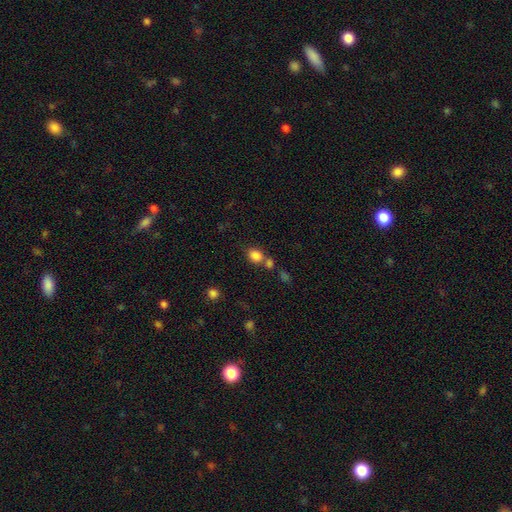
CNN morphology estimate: smooth 83%, star or artifact 11%, featured or disk 6%. Down the decision tree: how rounded — in between (49%, tied with round); merging — none (54%).